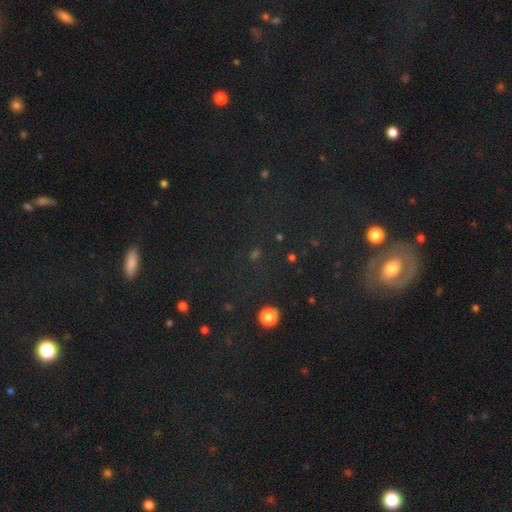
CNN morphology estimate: The model was most divided on "smooth or featured": star or artifact: 49%, smooth: 34%, featured or disk: 17%.